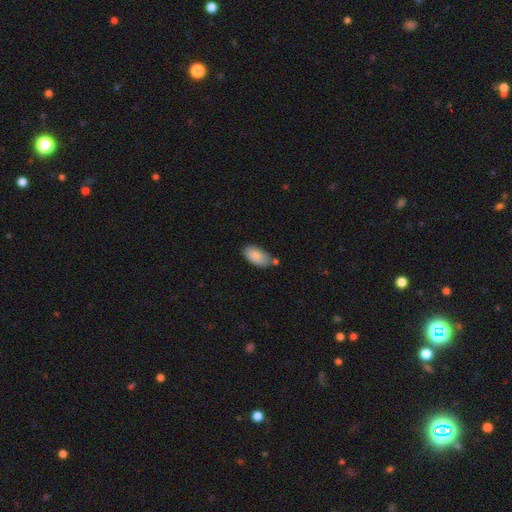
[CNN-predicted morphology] type=smooth (85%); roundness=in between (95%); merging=none (59%).